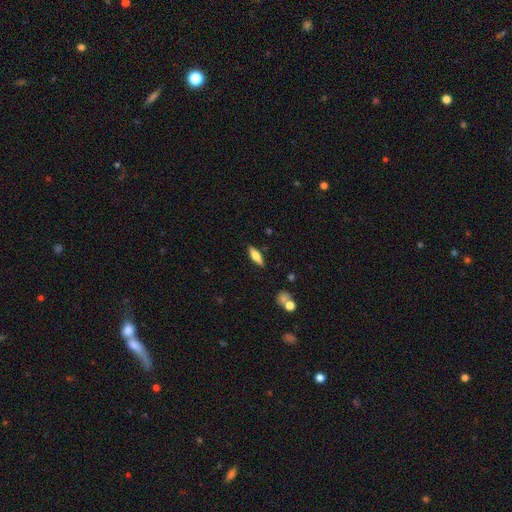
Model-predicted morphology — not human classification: This appears to be a smooth galaxy with no disk features (58%) that is in between round and cigar-shaped (50%). Merging: none (86%).